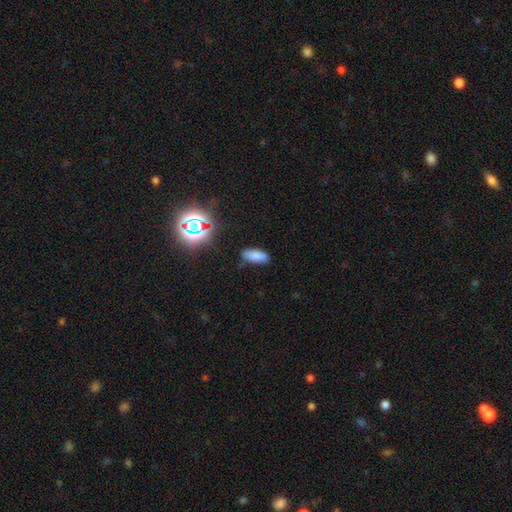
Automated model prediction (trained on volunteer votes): Smooth or featured?
  - smooth: 78% *
  - star or artifact: 14%
  - featured or disk: 8%
How rounded?
  - in between: 78% *
  - cigar-shaped: 19%
  - round: 3%
Merging?
  - none: 82% *
  - minor disturbance: 13%
  - major disturbance: 3%
  - merger: 2%